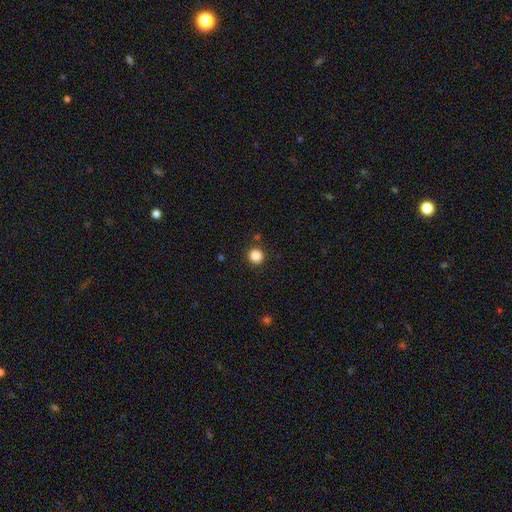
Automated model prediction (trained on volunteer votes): smooth_or_featured: smooth (p=0.87) [alt: star or artifact p=0.11]
how_rounded: round (p=0.93) [alt: in between p=0.06]
merging: none (p=0.90) [alt: minor disturbance p=0.06]